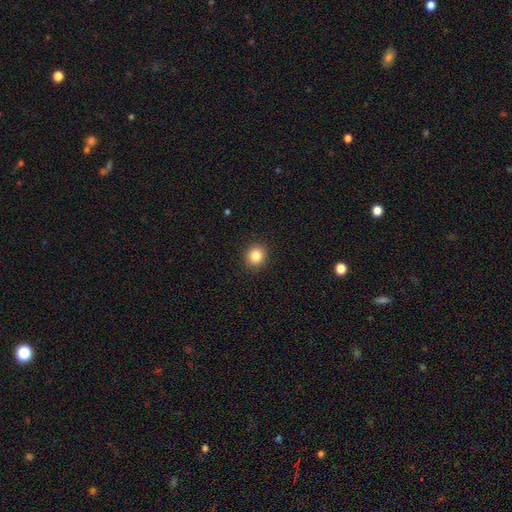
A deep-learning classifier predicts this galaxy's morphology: Smooth or featured? Predicted: smooth (p=0.84). How rounded? Predicted: round (p=0.88). Merging? Predicted: none (p=0.92).